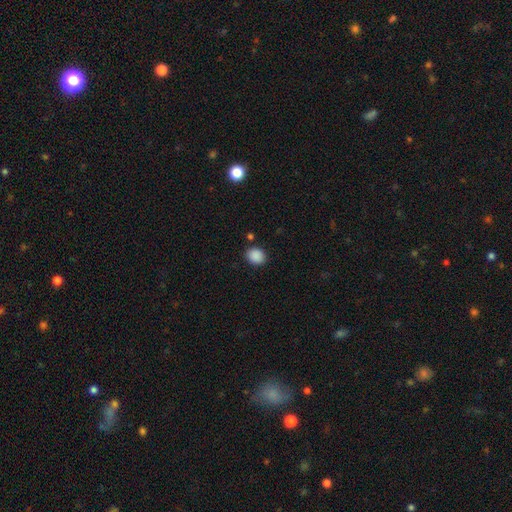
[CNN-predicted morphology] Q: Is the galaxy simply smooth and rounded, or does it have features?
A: smooth — 88%.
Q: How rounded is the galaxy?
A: round — 66%.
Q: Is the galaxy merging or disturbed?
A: none — 86%.